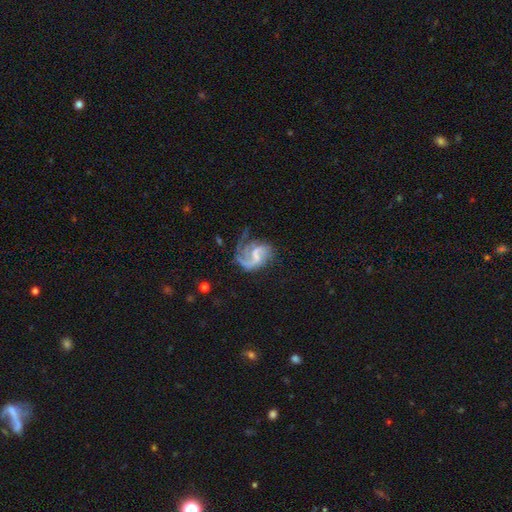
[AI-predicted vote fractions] Smooth or featured?
  - featured or disk: 81% *
  - smooth: 12%
  - star or artifact: 7%
Edge-on disk?
  - no: 98% *
  - yes: 2%
Bar?
  - weak: 54% *
  - no: 27%
  - strong: 20%
Spiral arms?
  - yes: 92% *
  - no: 8%
Spiral winding?
  - medium: 42% *
  - loose: 41%
  - tight: 17%
Spiral arm count?
  - 2: 49% *
  - 1: 19%
  - can't tell: 14%
  - 3: 11%
  - 4: 3%
  - more than 4: 3%
Bulge size?
  - small: 37% *
  - none: 36%
  - moderate: 22%
  - large: 3%
  - dominant: 1%
Merging?
  - none: 39% *
  - major disturbance: 36%
  - minor disturbance: 21%
  - merger: 4%